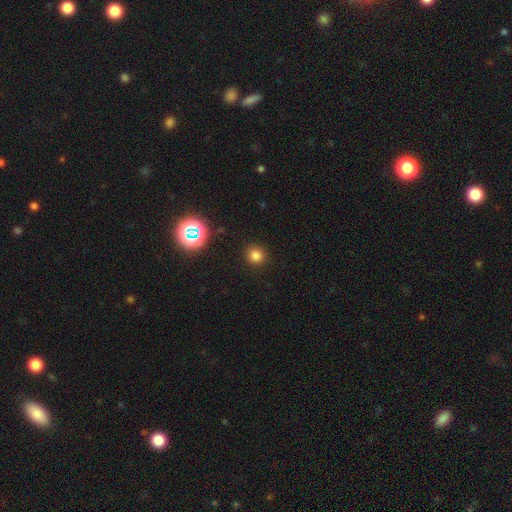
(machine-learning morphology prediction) Smooth or featured? Predicted: smooth (p=0.77). How rounded? Predicted: round (p=0.89). Merging? Predicted: none (p=0.90).